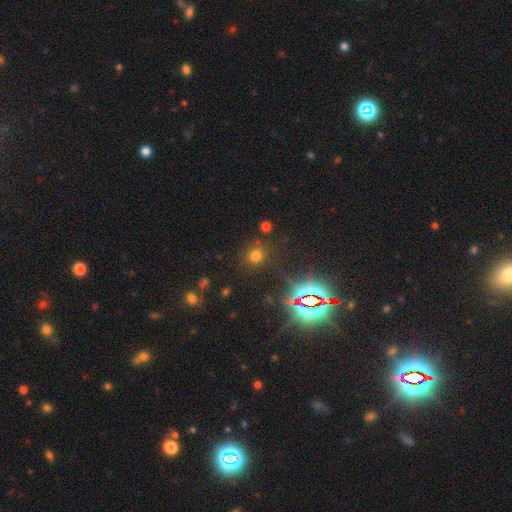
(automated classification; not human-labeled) A smooth galaxy with no disk features (63%) that is round (90%).

Vote fractions:
- Smooth or featured? smooth: 63% / star or artifact: 30% / featured or disk: 7%
- How rounded? round: 90% / in between: 9% / cigar-shaped: 1%
- Merging? none: 84% / minor disturbance: 9% / major disturbance: 4% / merger: 4%